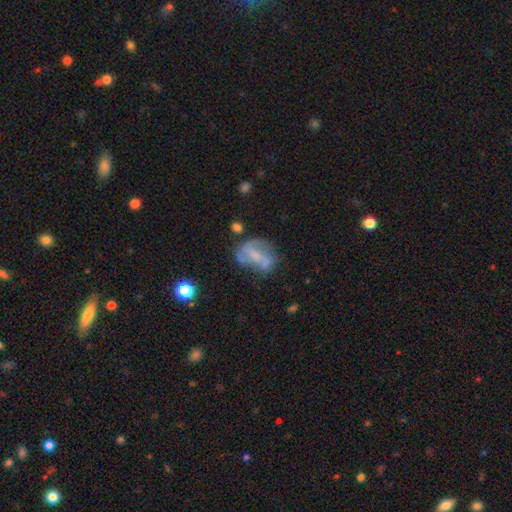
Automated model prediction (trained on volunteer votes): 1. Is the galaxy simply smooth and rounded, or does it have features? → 53% featured or disk, 36% smooth, 11% star or artifact.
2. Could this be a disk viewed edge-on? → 95% no, 5% yes.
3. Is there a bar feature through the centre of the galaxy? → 47% no, 33% weak, 20% strong.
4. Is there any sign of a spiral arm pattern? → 59% no, 41% yes.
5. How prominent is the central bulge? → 37% small, 36% none, 23% moderate, 3% large, 1% dominant.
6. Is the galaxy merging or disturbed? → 38% none, 24% minor disturbance, 22% major disturbance, 15% merger.